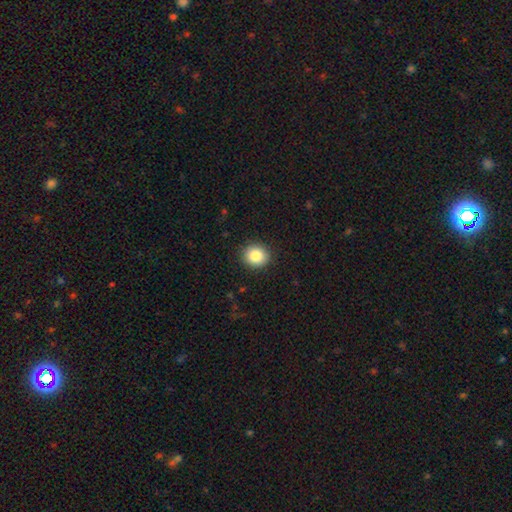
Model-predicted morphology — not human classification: Smooth or featured: smooth — 85% (star or artifact — 9%)
How rounded: round — 87% (in between — 12%)
Merging: none — 91% (minor disturbance — 6%)